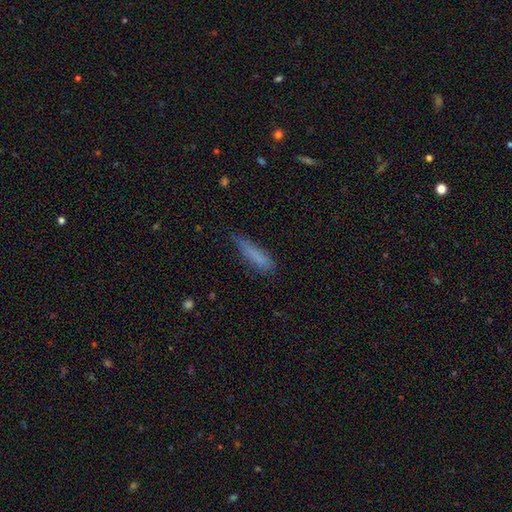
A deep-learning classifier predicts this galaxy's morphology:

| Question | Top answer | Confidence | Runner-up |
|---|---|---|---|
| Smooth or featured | smooth | 77% | featured or disk (14%) |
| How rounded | cigar-shaped | 80% | in between (19%) |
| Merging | none | 59% | minor disturbance (30%) |